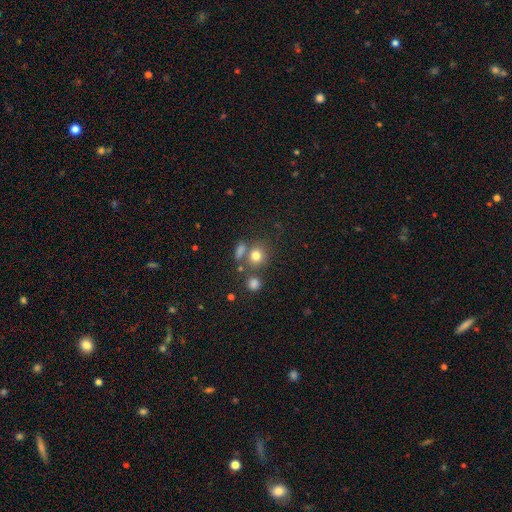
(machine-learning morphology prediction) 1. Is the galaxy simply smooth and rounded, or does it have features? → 76% smooth, 14% star or artifact, 10% featured or disk.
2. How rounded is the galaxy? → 76% round, 22% in between, 1% cigar-shaped.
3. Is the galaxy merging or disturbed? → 63% none, 20% merger, 12% minor disturbance, 5% major disturbance.